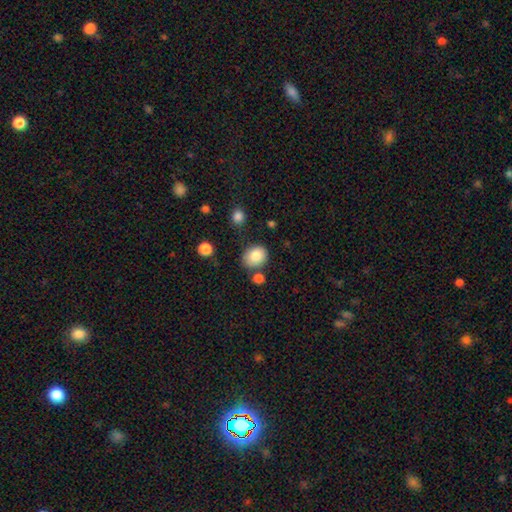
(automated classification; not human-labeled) The model was most divided on "how rounded": round: 53%, in between: 46%, cigar-shaped: 1%. More confident: smooth or featured — smooth (85%); merging — none (72%).